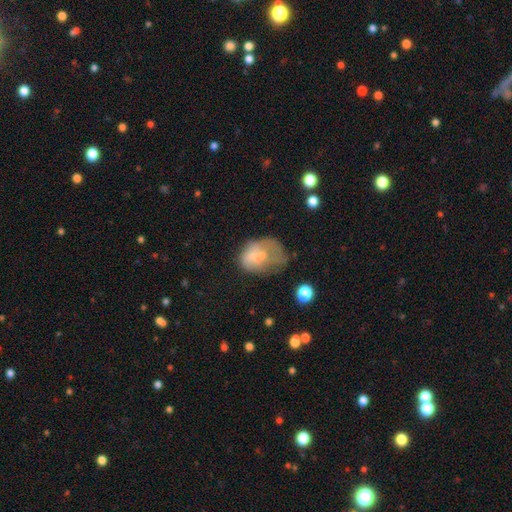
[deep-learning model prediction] Overall: smooth (56%; featured or disk 33%). How rounded: in between (68%; round 30%). Merging: major disturbance (34%; merger 26%).